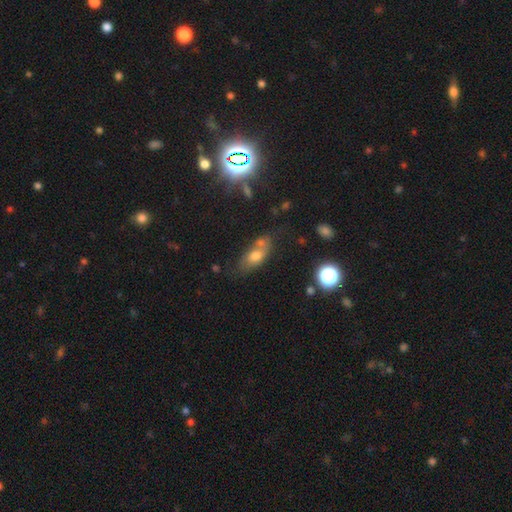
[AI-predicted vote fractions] Overall: smooth (65%). How rounded: in between (79%). Merging: none (46%; merger 29%).